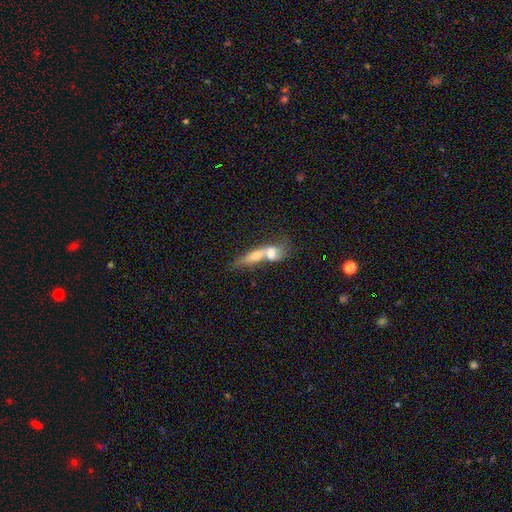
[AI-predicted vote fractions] A smooth galaxy with no disk features (56%) that is in between round and cigar-shaped (50%). Merging: merger (73%).